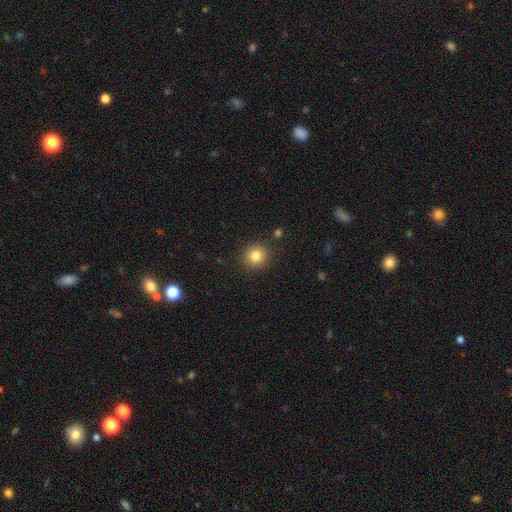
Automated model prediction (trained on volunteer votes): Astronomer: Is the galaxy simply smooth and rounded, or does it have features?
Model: smooth — 83%.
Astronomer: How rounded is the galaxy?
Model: round — 91%.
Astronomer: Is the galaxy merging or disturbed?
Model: none — 89%.